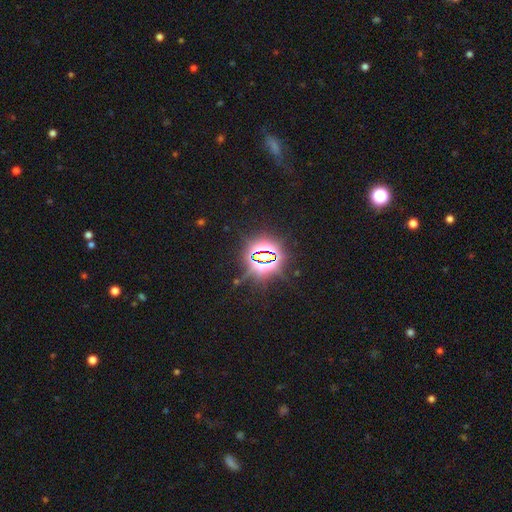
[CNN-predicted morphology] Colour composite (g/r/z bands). It shows a star or artifact, not a galaxy (80%).